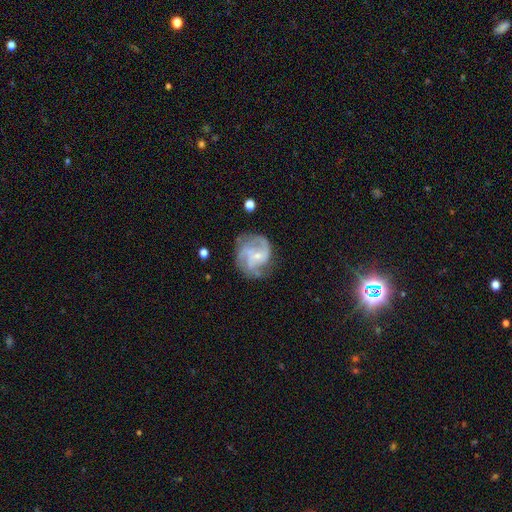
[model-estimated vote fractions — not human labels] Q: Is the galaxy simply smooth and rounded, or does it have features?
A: featured or disk — 79%.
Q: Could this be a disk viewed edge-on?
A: no — 98%.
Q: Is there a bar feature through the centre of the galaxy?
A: no — 61%.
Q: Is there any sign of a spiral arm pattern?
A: yes — 91%.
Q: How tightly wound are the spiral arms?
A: medium — 49%.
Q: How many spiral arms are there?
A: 3 — 36%.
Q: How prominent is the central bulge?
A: small — 71%.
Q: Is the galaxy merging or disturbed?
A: none — 61%.